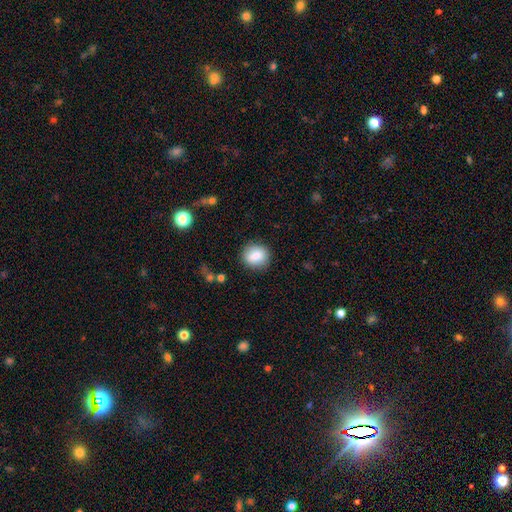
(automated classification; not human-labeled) smooth 84%, star or artifact 8%, featured or disk 8%. Down the decision tree: how rounded — round (79%); merging — none (86%).